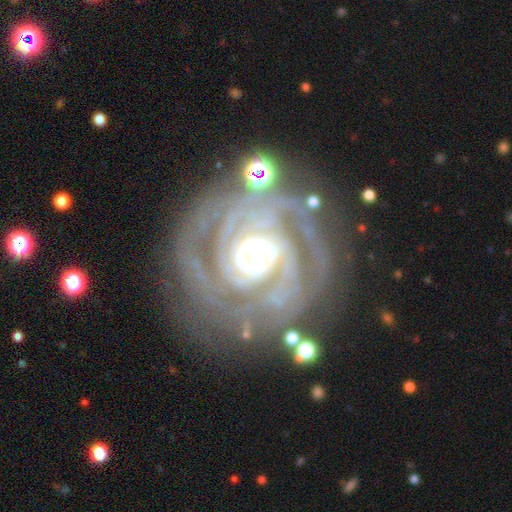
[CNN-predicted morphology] The model was most divided on "spiral arm count": 3: 23%, 2: 20%, can't tell: 19%, 4: 18%, more than 4: 12%, 1: 9%. Remaining: spiral arms — yes (98%); edge-on disk — no (98%); smooth or featured — featured or disk (92%); spiral winding — tight (79%); merging — none (71%); bulge size — moderate (56%); bar — no (48%).